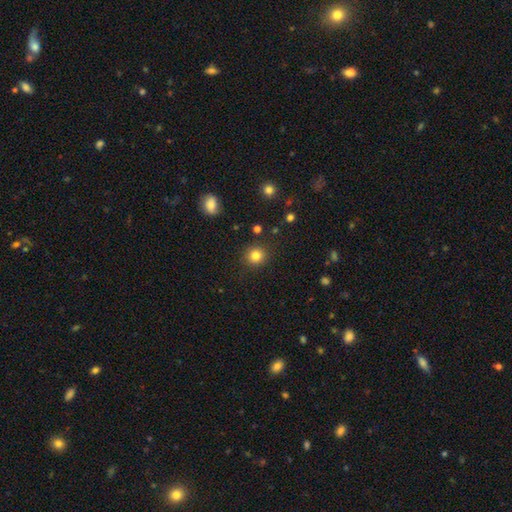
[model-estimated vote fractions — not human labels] smooth-or-featured: smooth: 83% | star or artifact: 12% | featured or disk: 6%
  how-rounded: round: 92% | in between: 7% | cigar-shaped: 1%
  merging: none: 90% | minor disturbance: 6% | major disturbance: 2% | merger: 2%